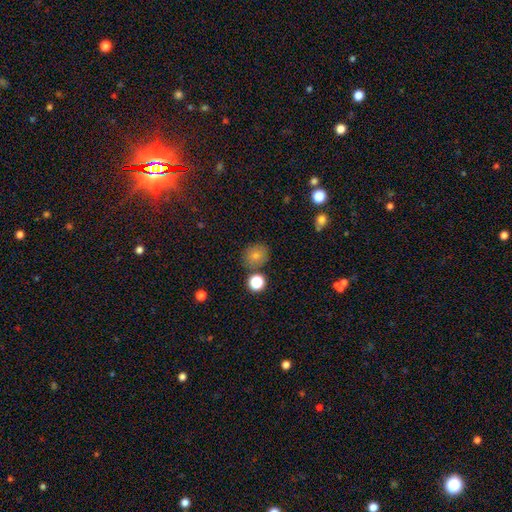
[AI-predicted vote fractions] Smooth or featured? Predicted: smooth (p=0.77). How rounded? Predicted: round (p=0.78). Merging? Predicted: none (p=0.76).